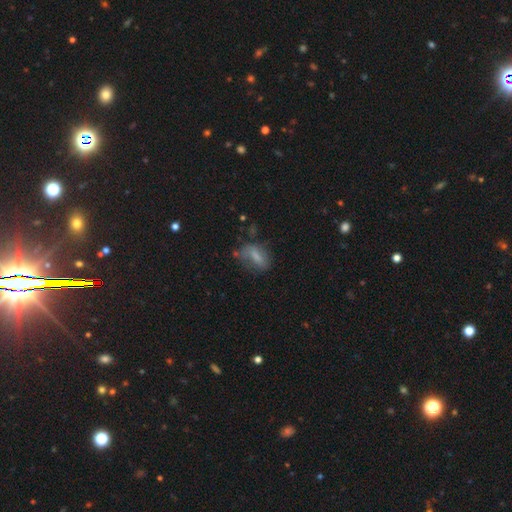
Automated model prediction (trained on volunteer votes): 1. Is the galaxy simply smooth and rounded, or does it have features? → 64% smooth, 24% featured or disk, 12% star or artifact.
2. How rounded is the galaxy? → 76% in between, 15% cigar-shaped, 9% round.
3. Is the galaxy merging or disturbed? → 45% none, 29% minor disturbance, 21% major disturbance, 5% merger.